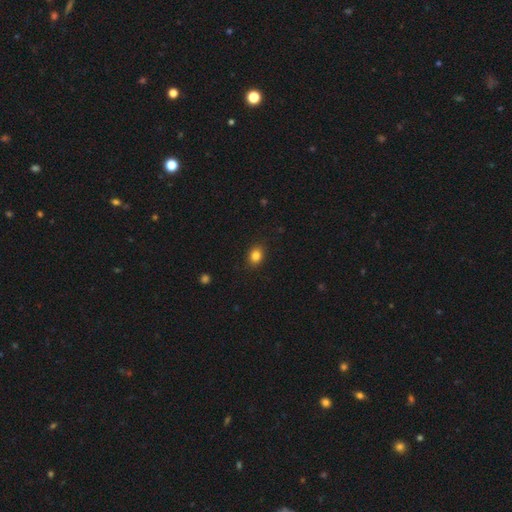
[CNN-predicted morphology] Smooth or featured? Predicted: smooth (p=0.84). How rounded? Predicted: in between (p=0.56). Merging? Predicted: none (p=0.88).